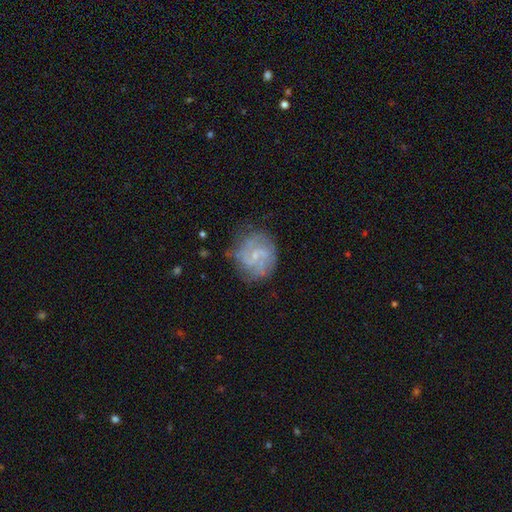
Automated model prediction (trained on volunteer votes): Overall: featured or disk (75%). Edge-on disk: no (98%). Bar: no (48%; weak 45%). Spiral arms: yes (88%). Spiral arm count: 2 (46%; can't tell 27%). Spiral winding: medium (44%; tight 37%). Bulge size: small (68%). Merging: none (70%).